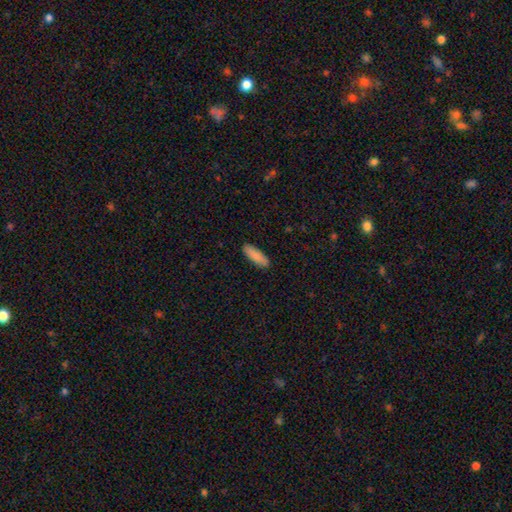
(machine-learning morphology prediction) Smooth or featured?
  - smooth: 88% *
  - featured or disk: 6%
  - star or artifact: 6%
How rounded?
  - in between: 57% *
  - cigar-shaped: 41%
  - round: 2%
Merging?
  - none: 90% *
  - minor disturbance: 8%
  - major disturbance: 2%
  - merger: 1%